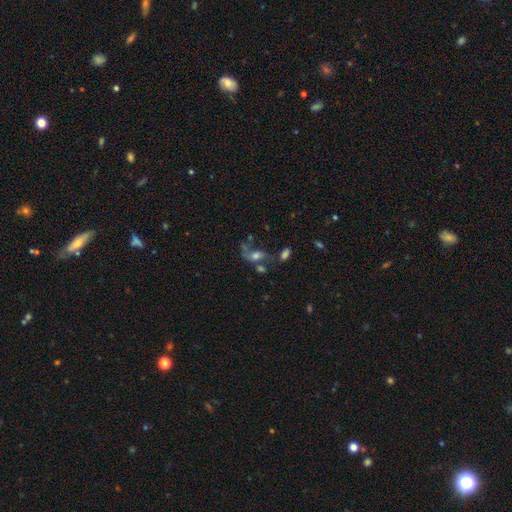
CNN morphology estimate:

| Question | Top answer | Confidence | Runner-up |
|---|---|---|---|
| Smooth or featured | featured or disk | 44% | smooth (41%) |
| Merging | none | 30% | merger (29%) |